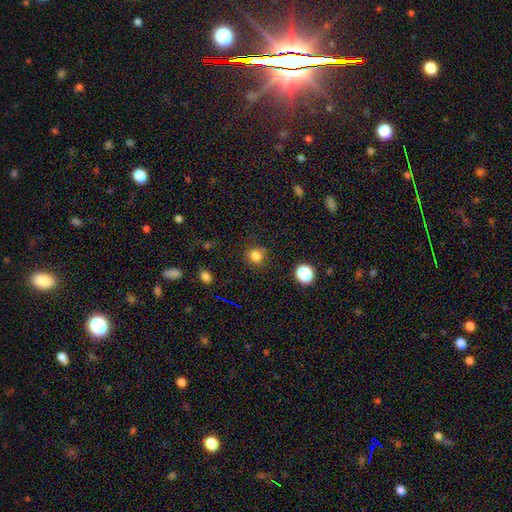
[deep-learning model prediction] This is likely a smooth galaxy (80%). How rounded: clearly round (84%). Merging: clearly none (80%).